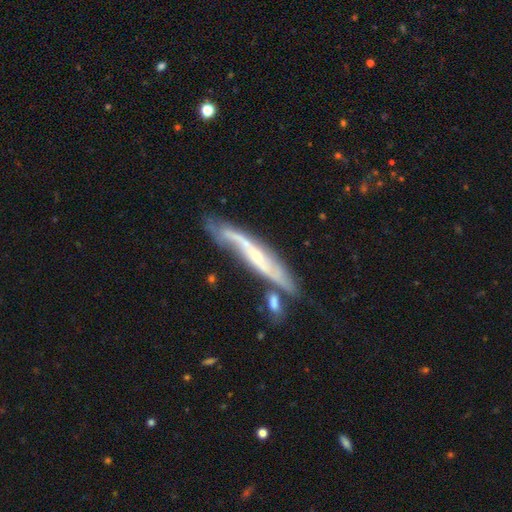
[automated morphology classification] This appears to be a featured or disk galaxy (76%) viewed edge-on (57%). Merging: none (50%).